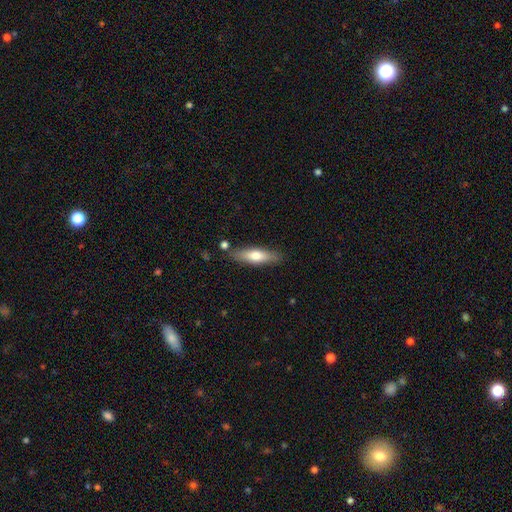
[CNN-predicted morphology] This is likely a smooth galaxy (61%). How rounded: likely cigar-shaped (65%). Merging: clearly none (81%).